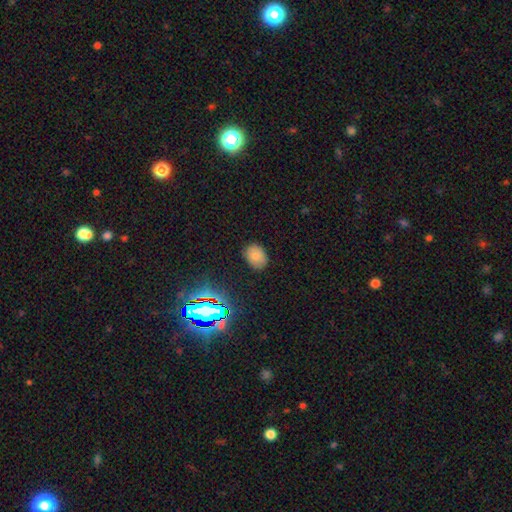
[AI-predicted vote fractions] A smooth galaxy with no disk features (78%) that is in between round and cigar-shaped (69%). Merging: none (84%).